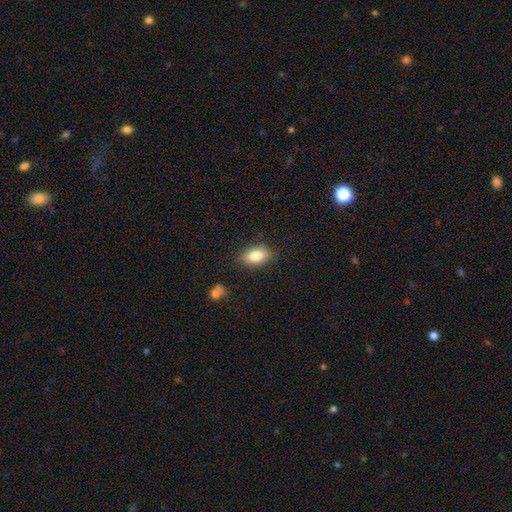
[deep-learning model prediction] Overall: smooth (81%). How rounded: in between (86%). Merging: none (82%).